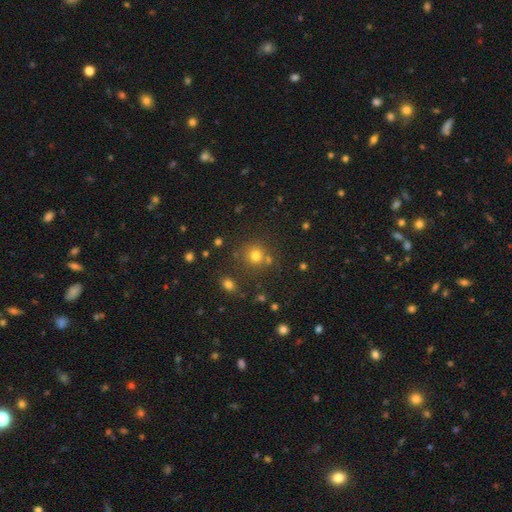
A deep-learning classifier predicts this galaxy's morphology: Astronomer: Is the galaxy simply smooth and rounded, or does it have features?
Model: smooth — 74%.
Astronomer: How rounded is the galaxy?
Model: round — 91%.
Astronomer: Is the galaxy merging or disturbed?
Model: none — 76%.